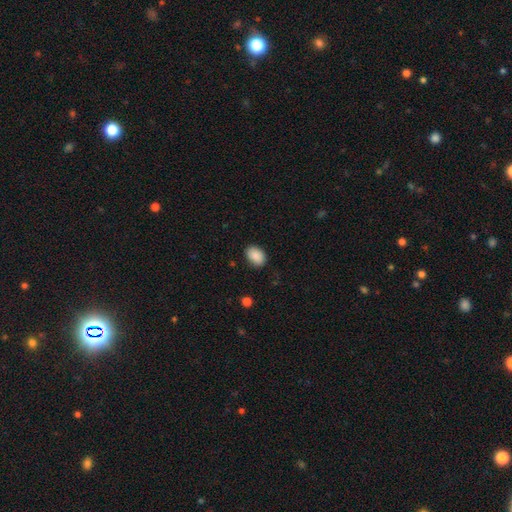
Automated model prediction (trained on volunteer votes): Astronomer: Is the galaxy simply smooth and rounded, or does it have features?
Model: smooth — 89%.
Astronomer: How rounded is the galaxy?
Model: in between — 81%.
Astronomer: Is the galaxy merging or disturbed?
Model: none — 85%.